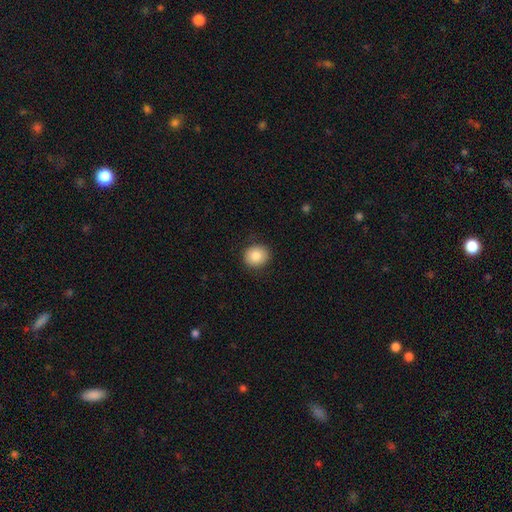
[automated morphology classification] This is clearly a smooth galaxy (87%). How rounded: likely round (79%). Merging: clearly none (88%).